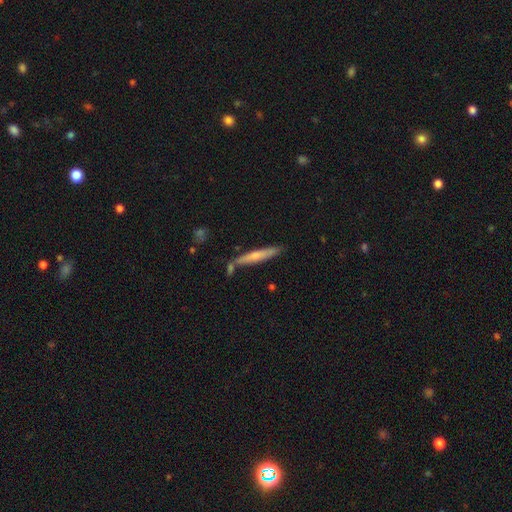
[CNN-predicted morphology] Smooth or featured? smooth (56%)
How rounded? cigar-shaped (93%)
Merging? none (77%)